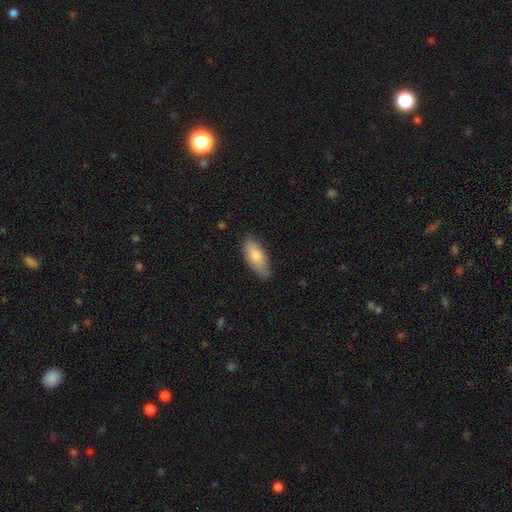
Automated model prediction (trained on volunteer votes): The model was most divided on "merging": none: 76%, minor disturbance: 20%, major disturbance: 3%, merger: 1%. More confident: how rounded — in between (83%); smooth or featured — smooth (79%).